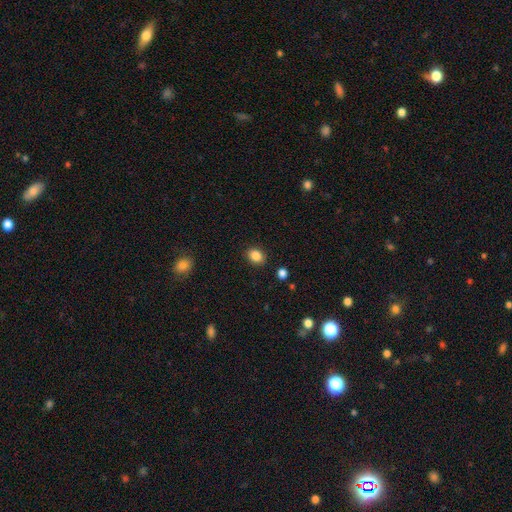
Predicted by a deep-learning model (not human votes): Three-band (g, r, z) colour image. It shows a smooth galaxy with no disk features (86%) that is in between round and cigar-shaped (54%). Merging: none (88%).